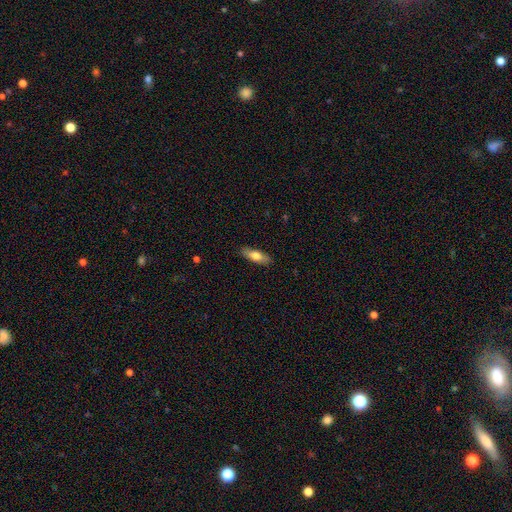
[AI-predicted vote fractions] Smooth or featured?
  - smooth: 70% *
  - featured or disk: 24%
  - star or artifact: 6%
How rounded?
  - in between: 55% *
  - cigar-shaped: 43%
  - round: 2%
Merging?
  - none: 88% *
  - minor disturbance: 9%
  - major disturbance: 2%
  - merger: 1%